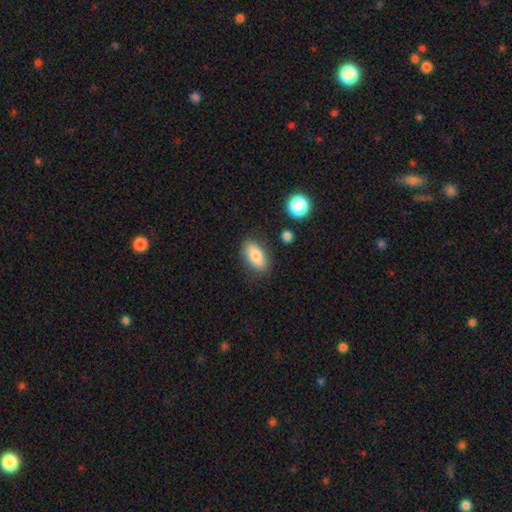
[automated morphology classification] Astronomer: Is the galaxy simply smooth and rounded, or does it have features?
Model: smooth — 80%.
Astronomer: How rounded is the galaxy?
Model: in between — 89%.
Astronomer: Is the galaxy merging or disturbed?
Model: none — 82%.